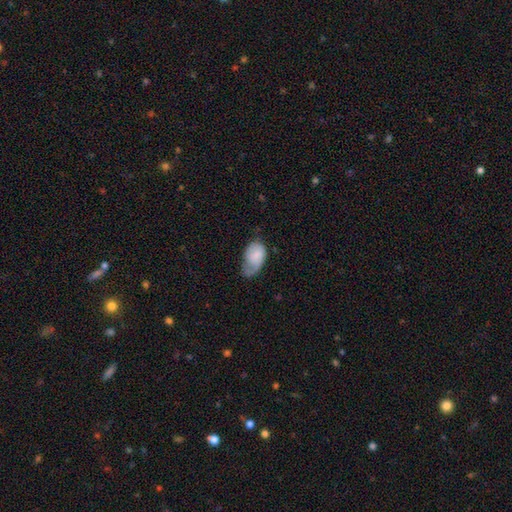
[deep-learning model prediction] Smooth or featured? smooth (73%)
How rounded? in between (90%)
Merging? minor disturbance (42%)